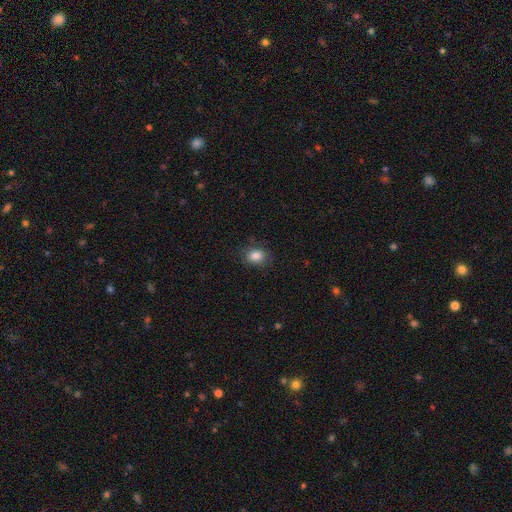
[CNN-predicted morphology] The model was most divided on "how rounded": in between: 57%, round: 42%, cigar-shaped: 1%. More confident: smooth or featured — smooth (85%); merging — none (83%).